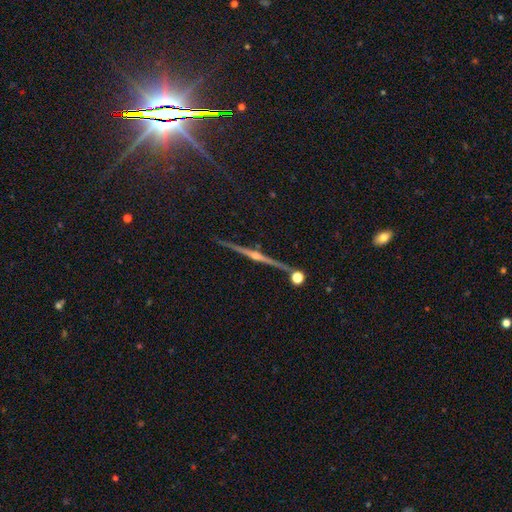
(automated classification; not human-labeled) smooth_or_featured: featured or disk (p=0.85) [alt: star or artifact p=0.10]
disk_edge_on: yes (p=0.98) [alt: no p=0.02]
edge_on_bulge: rounded (p=0.91) [alt: none p=0.05]
merging: none (p=0.90) [alt: minor disturbance p=0.06]